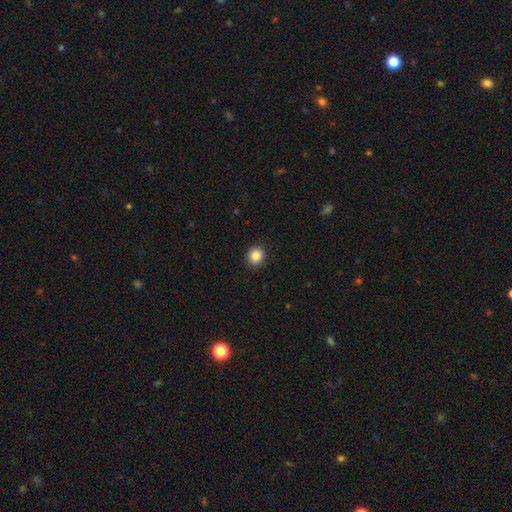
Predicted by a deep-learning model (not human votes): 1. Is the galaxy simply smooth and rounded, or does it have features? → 87% smooth, 9% star or artifact, 4% featured or disk.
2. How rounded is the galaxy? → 80% round, 19% in between, 1% cigar-shaped.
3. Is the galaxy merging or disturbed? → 91% none, 6% minor disturbance, 2% major disturbance, 1% merger.